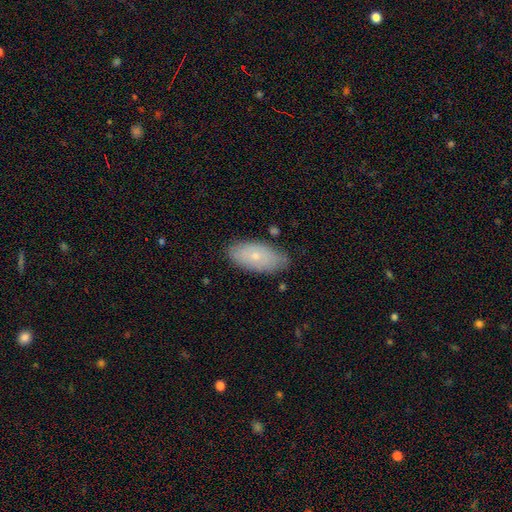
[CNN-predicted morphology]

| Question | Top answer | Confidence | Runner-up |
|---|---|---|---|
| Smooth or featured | smooth | 66% | featured or disk (27%) |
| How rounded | in between | 92% | cigar-shaped (6%) |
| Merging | none | 77% | minor disturbance (18%) |